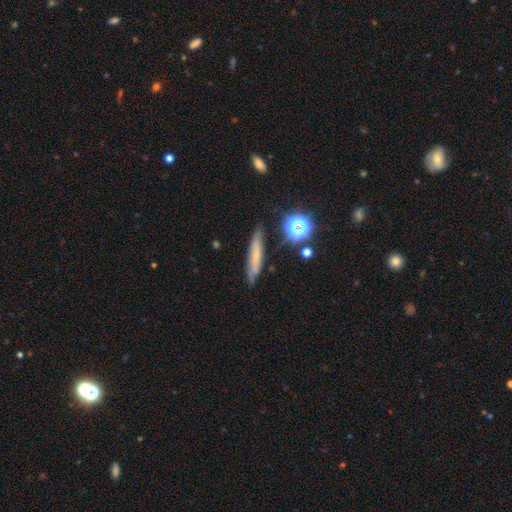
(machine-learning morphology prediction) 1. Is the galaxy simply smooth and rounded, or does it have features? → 52% smooth, 34% featured or disk, 14% star or artifact.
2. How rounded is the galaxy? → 82% cigar-shaped, 11% in between, 7% round.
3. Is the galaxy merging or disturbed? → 78% none, 15% minor disturbance, 4% major disturbance, 3% merger.